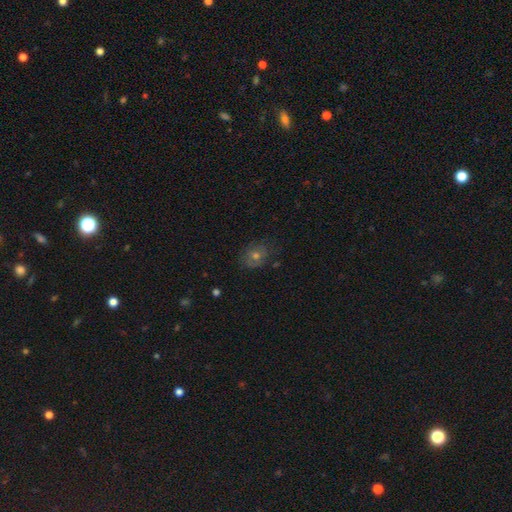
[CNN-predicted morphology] This is possibly a smooth galaxy (47%). Merging: likely none (74%).